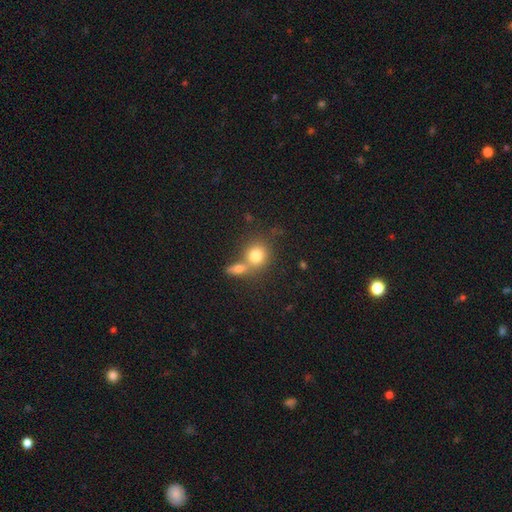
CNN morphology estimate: Smooth or featured: smooth — 78% (featured or disk — 12%)
How rounded: round — 79% (in between — 19%)
Merging: merger — 44% (tied with none — 44%)